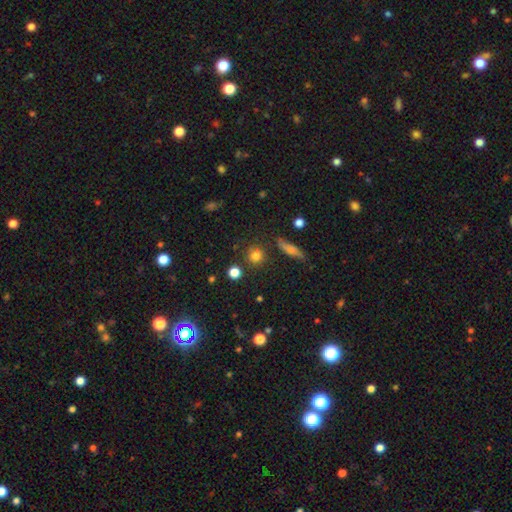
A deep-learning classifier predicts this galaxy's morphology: Smooth or featured? Predicted: smooth (p=0.79). How rounded? Predicted: round (p=0.87). Merging? Predicted: none (p=0.82).